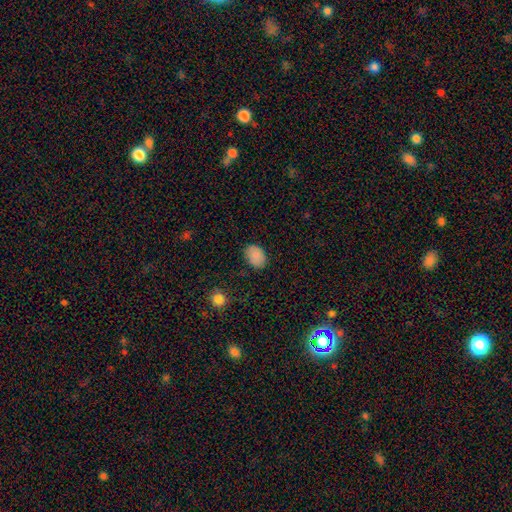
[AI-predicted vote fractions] Overall: smooth (88%). How rounded: in between (76%). Merging: none (84%).